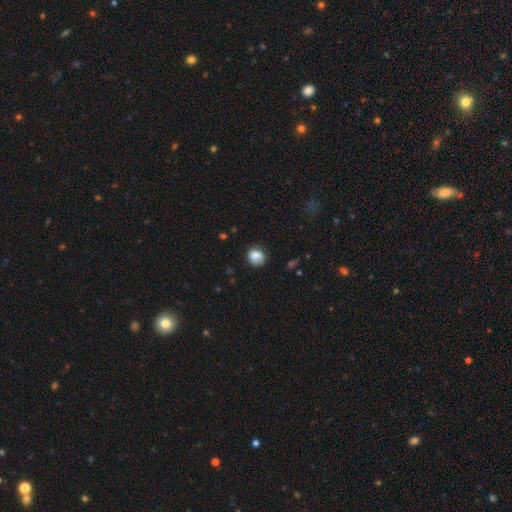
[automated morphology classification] Overall: smooth (82%). How rounded: round (69%; in between 30%). Merging: none (70%).